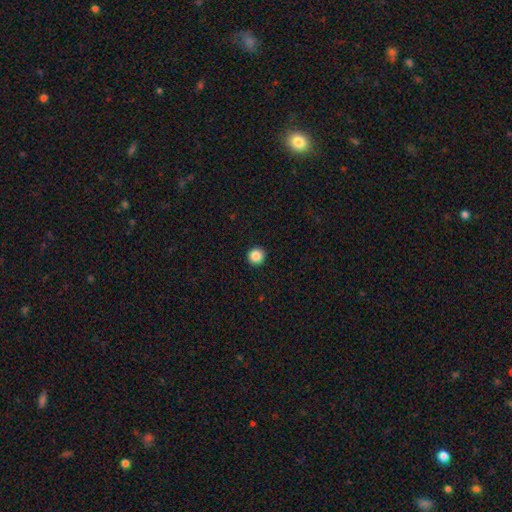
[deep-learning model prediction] smooth-or-featured: smooth: 86% | star or artifact: 10% | featured or disk: 4%
  how-rounded: round: 95% | in between: 4% | cigar-shaped: 1%
  merging: none: 94% | minor disturbance: 4% | major disturbance: 1% | merger: 1%